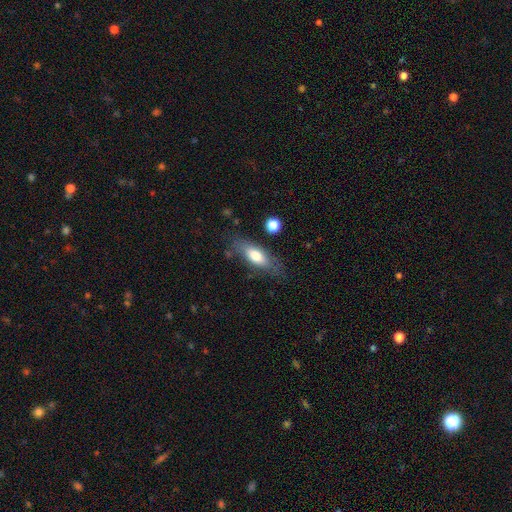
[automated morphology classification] Smooth or featured?
  - smooth: 69% *
  - featured or disk: 24%
  - star or artifact: 7%
How rounded?
  - in between: 68% *
  - cigar-shaped: 29%
  - round: 3%
Merging?
  - none: 72% *
  - minor disturbance: 18%
  - major disturbance: 6%
  - merger: 4%